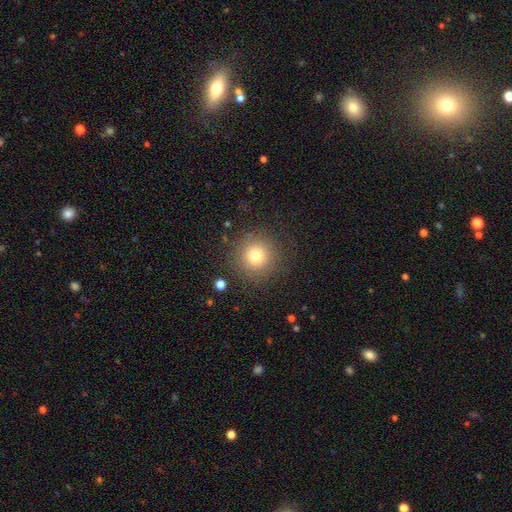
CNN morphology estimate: Smooth or featured? Predicted: smooth (p=0.74). How rounded? Predicted: round (p=0.95). Merging? Predicted: none (p=0.85).